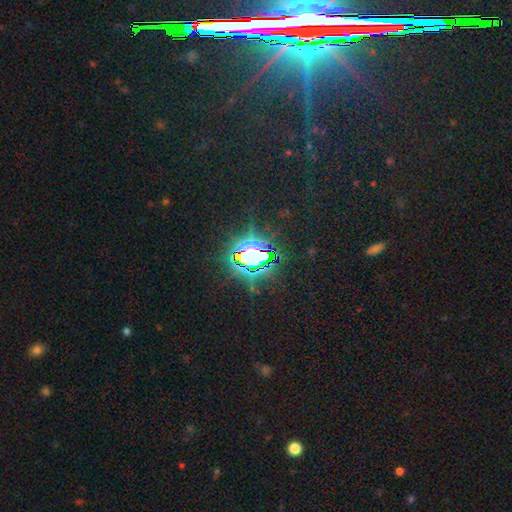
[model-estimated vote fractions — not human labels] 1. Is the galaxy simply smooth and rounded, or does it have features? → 83% star or artifact, 9% smooth, 8% featured or disk.